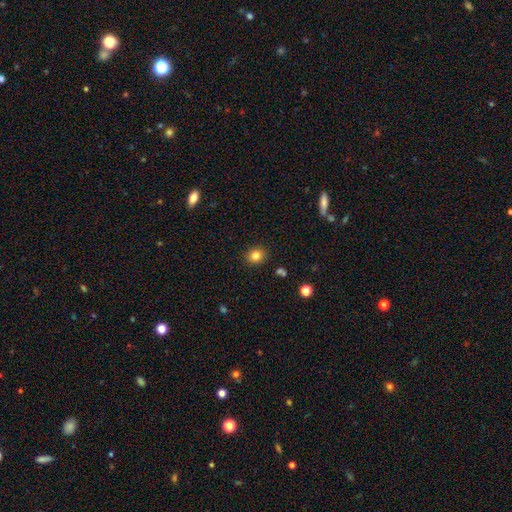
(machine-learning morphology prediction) The model was most divided on "how rounded": round: 78%, in between: 21%, cigar-shaped: 1%. More confident: merging — none (89%); smooth or featured — smooth (82%).